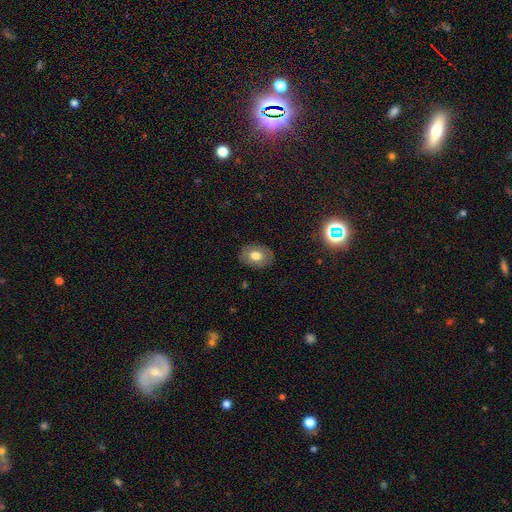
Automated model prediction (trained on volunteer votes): Smooth or featured? Predicted: smooth (p=0.70). How rounded? Predicted: in between (p=0.73). Merging? Predicted: none (p=0.86).